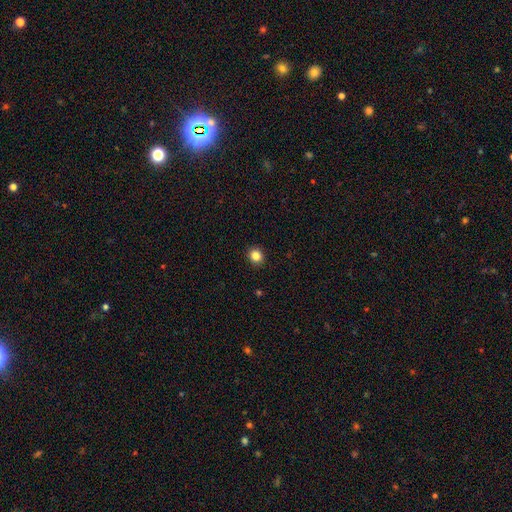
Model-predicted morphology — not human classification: The model was most divided on "how rounded": round: 78%, in between: 21%, cigar-shaped: 1%. More confident: merging — none (92%); smooth or featured — smooth (84%).